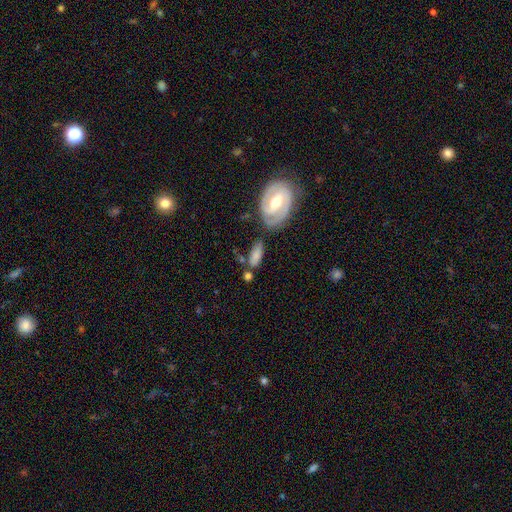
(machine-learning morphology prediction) Overall: smooth (64%; featured or disk 29%). How rounded: in between (74%). Merging: none (57%; minor disturbance 21%).